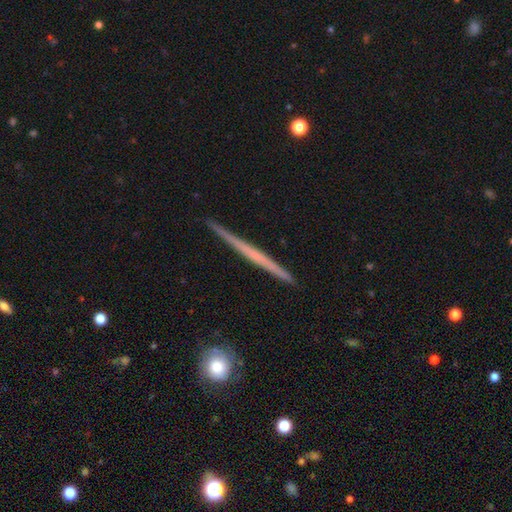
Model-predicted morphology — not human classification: featured or disk 61%, smooth 34%, star or artifact 6%. Down the decision tree: edge-on disk — yes (98%); edge-on bulge — none (89%); merging — none (91%).